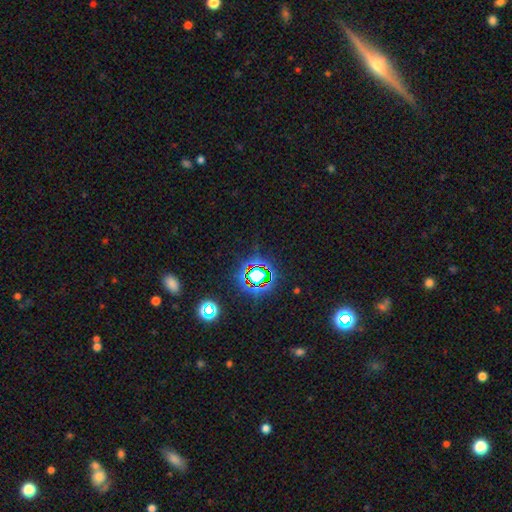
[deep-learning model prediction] This appears to be a star or artifact, not a galaxy (78%).